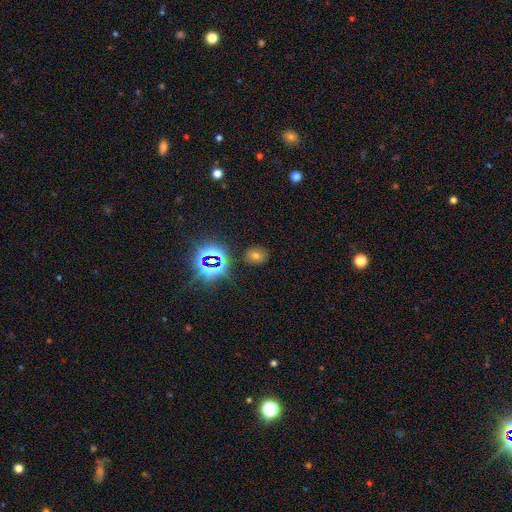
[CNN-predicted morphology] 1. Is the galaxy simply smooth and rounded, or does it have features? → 48% smooth, 41% star or artifact, 11% featured or disk.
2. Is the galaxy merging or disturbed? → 84% none, 10% minor disturbance, 3% major disturbance, 2% merger.